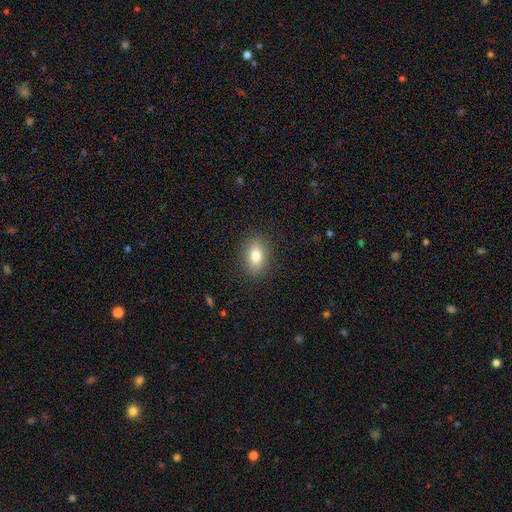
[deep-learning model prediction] This appears to be a smooth galaxy with no disk features (80%) that is in between round and cigar-shaped (80%). Merging: none (88%).